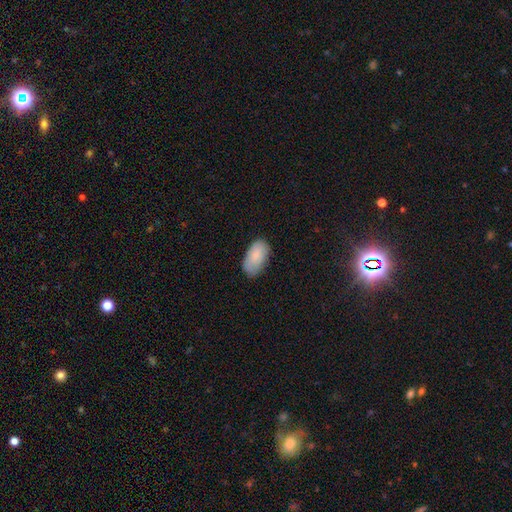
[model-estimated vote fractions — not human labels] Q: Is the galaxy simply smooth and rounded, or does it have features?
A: smooth — 86%.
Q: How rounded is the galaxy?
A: in between — 95%.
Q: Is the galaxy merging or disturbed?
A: none — 78%.